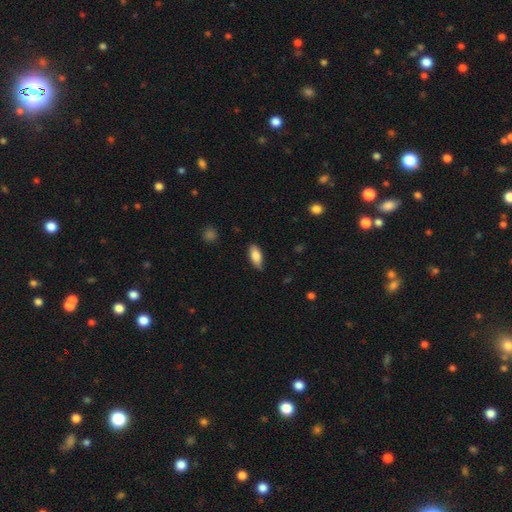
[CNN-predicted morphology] Q: Smooth or featured?
A: smooth (83%); runner-up: featured or disk (10%)
Q: How rounded?
A: in between (86%); runner-up: cigar-shaped (12%)
Q: Merging?
A: none (76%); runner-up: minor disturbance (20%)